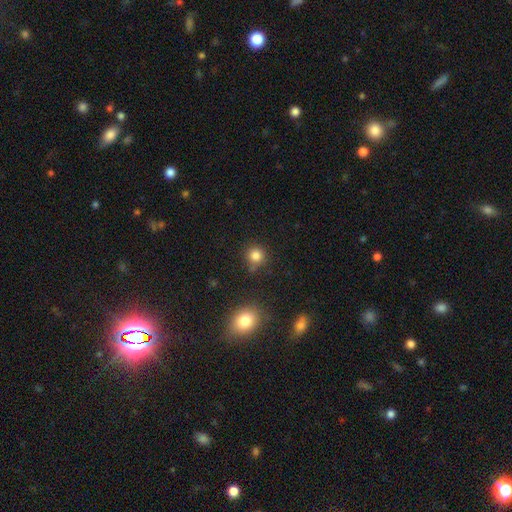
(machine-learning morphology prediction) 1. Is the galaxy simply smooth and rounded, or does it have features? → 82% smooth, 13% star or artifact, 5% featured or disk.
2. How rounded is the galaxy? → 91% round, 8% in between, 1% cigar-shaped.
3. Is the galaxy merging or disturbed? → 75% none, 14% minor disturbance, 7% merger, 4% major disturbance.